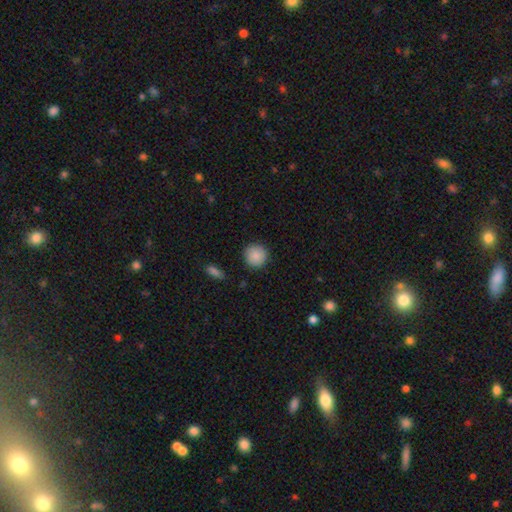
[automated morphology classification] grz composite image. It shows a smooth galaxy with no disk features (89%) that is round (94%). Merging: none (89%).